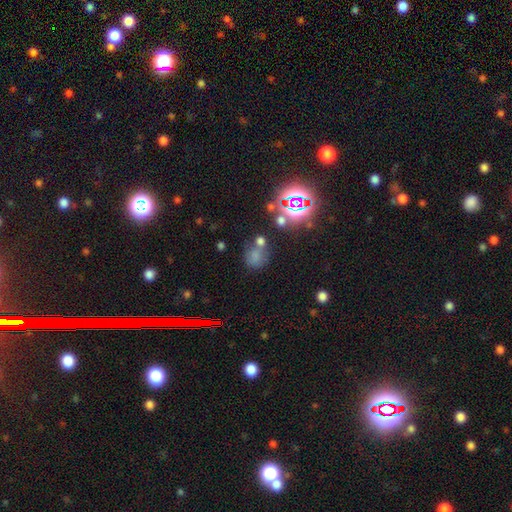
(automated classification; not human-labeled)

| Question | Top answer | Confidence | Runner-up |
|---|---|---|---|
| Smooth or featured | smooth | 61% | star or artifact (28%) |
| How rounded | round | 70% | in between (28%) |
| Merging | none | 47% | merger (29%) |